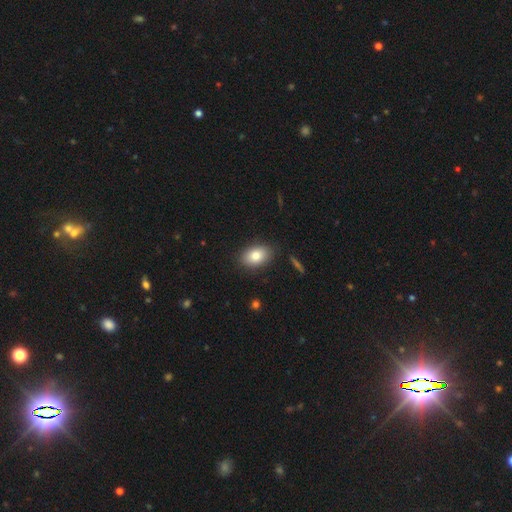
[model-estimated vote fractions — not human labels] This appears to be a smooth galaxy with no disk features (82%) that is in between round and cigar-shaped (87%). Merging: none (86%).